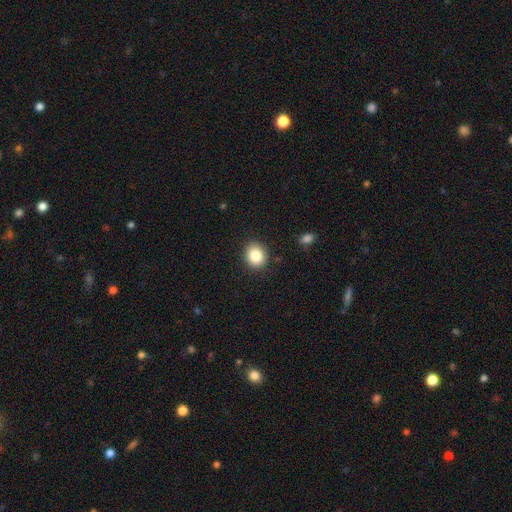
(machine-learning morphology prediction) smooth_or_featured: smooth (p=0.84) [alt: star or artifact p=0.09]
how_rounded: round (p=0.68) [alt: in between p=0.31]
merging: none (p=0.88) [alt: minor disturbance p=0.08]